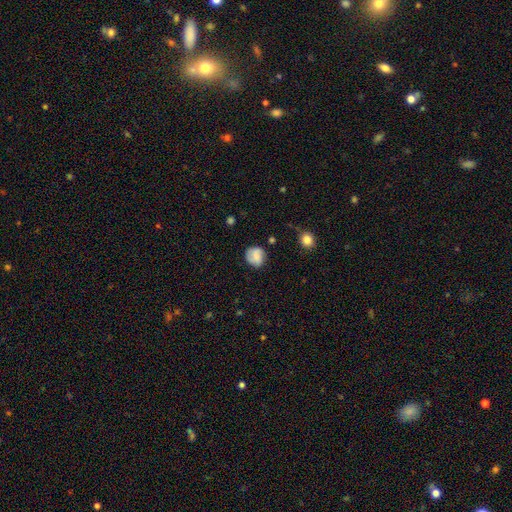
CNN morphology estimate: Overall: smooth (61%; featured or disk 30%). How rounded: round (79%). Merging: none (70%).